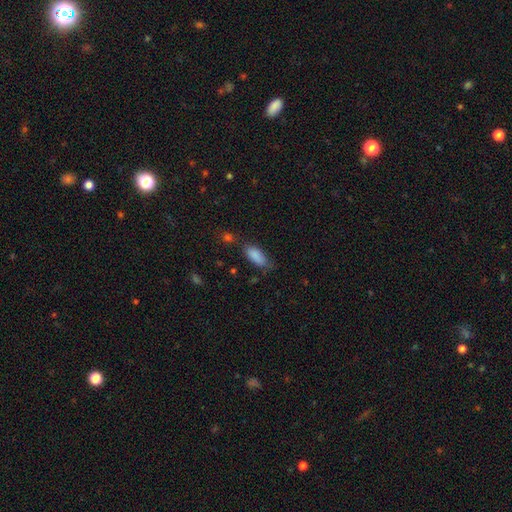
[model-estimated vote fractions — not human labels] Smooth or featured?
  - smooth: 86% *
  - star or artifact: 8%
  - featured or disk: 6%
How rounded?
  - in between: 82% *
  - cigar-shaped: 15%
  - round: 2%
Merging?
  - none: 57% *
  - minor disturbance: 29%
  - major disturbance: 8%
  - merger: 6%